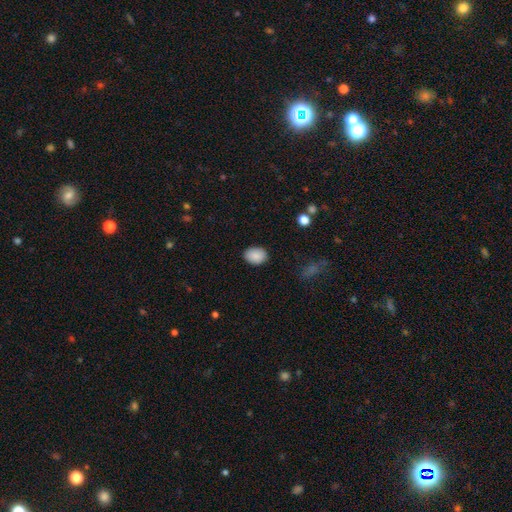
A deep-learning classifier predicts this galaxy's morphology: A smooth galaxy with no disk features (89%) that is in between round and cigar-shaped (67%).

Vote fractions:
- Smooth or featured? smooth: 89% / star or artifact: 7% / featured or disk: 4%
- How rounded? in between: 67% / round: 32% / cigar-shaped: 1%
- Merging? none: 87% / minor disturbance: 10% / major disturbance: 2% / merger: 1%